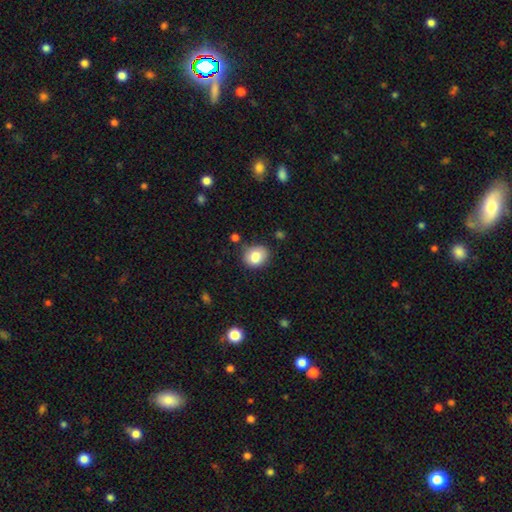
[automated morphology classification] The model was most divided on "how rounded": round: 56%, in between: 43%, cigar-shaped: 1%. More confident: smooth or featured — smooth (82%); merging — none (72%).